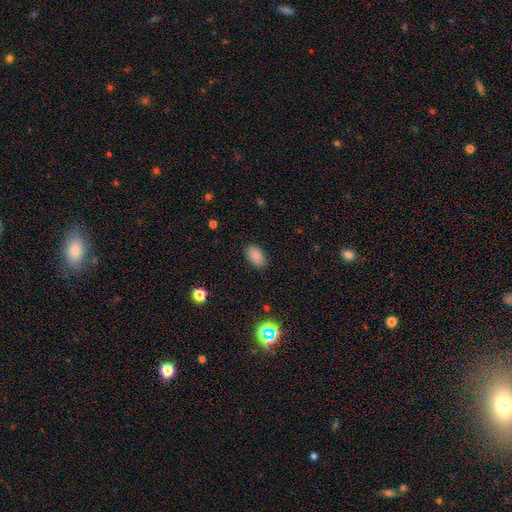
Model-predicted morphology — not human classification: Smooth or featured?
  - smooth: 85% *
  - star or artifact: 10%
  - featured or disk: 5%
How rounded?
  - in between: 90% *
  - round: 9%
  - cigar-shaped: 1%
Merging?
  - none: 87% *
  - minor disturbance: 9%
  - major disturbance: 2%
  - merger: 1%